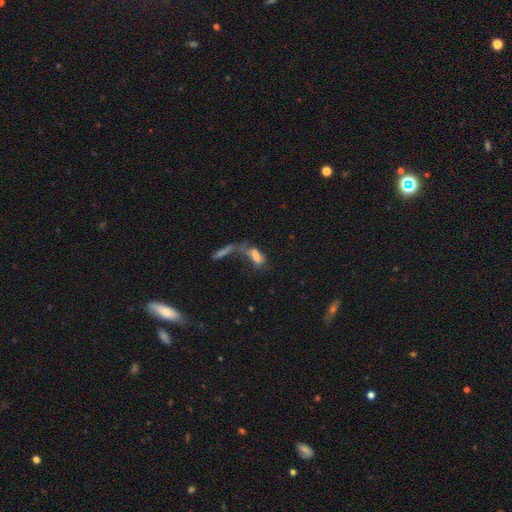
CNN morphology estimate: Smooth or featured? smooth (60%)
How rounded? in between (65%)
Merging? merger (49%)